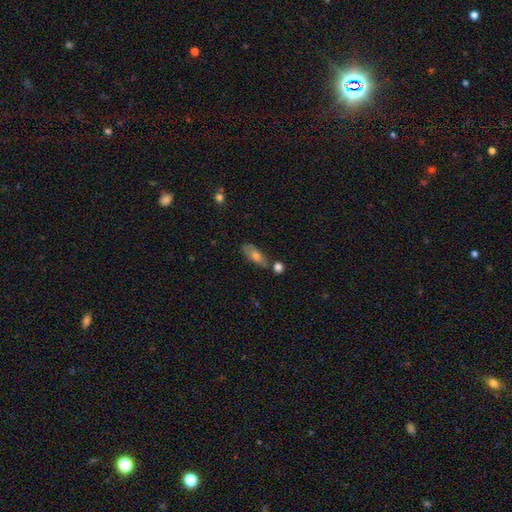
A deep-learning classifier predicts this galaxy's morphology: Smooth or featured?
  - smooth: 63% *
  - featured or disk: 28%
  - star or artifact: 9%
How rounded?
  - in between: 73% *
  - cigar-shaped: 23%
  - round: 4%
Merging?
  - none: 63% *
  - minor disturbance: 19%
  - merger: 13%
  - major disturbance: 5%